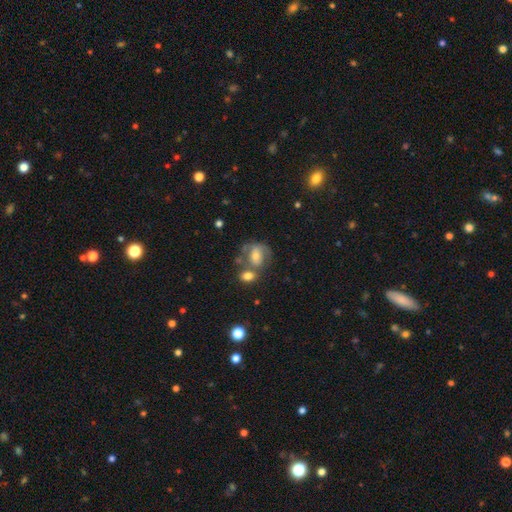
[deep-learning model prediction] This appears to be a smooth galaxy with no disk features (51%) that is in between round and cigar-shaped (60%). Merging: merger (37%).